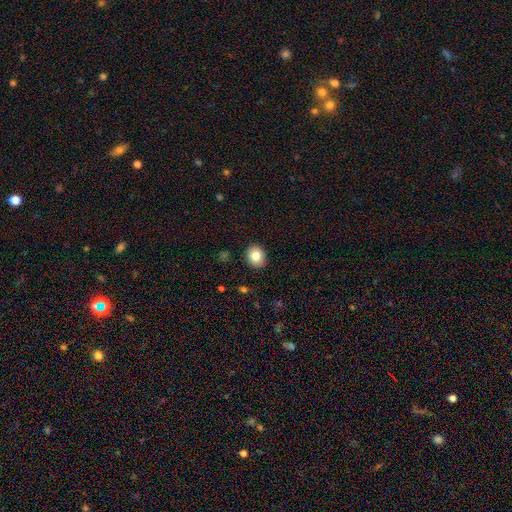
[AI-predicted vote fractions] A smooth galaxy with no disk features (83%) that is round (63%). Merging: none (90%).